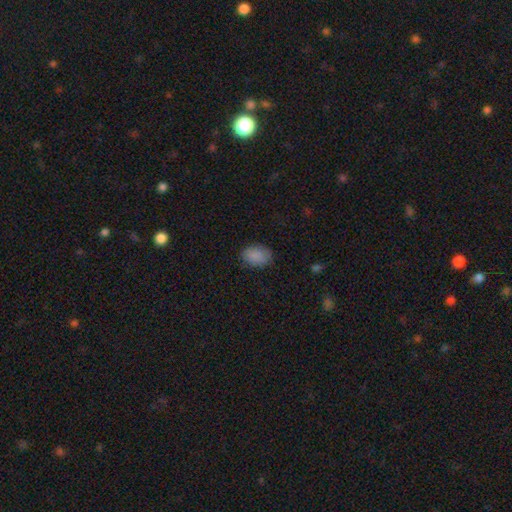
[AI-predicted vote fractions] Q: Smooth or featured?
A: smooth (88%); runner-up: star or artifact (8%)
Q: How rounded?
A: in between (80%); runner-up: round (18%)
Q: Merging?
A: none (82%); runner-up: minor disturbance (14%)